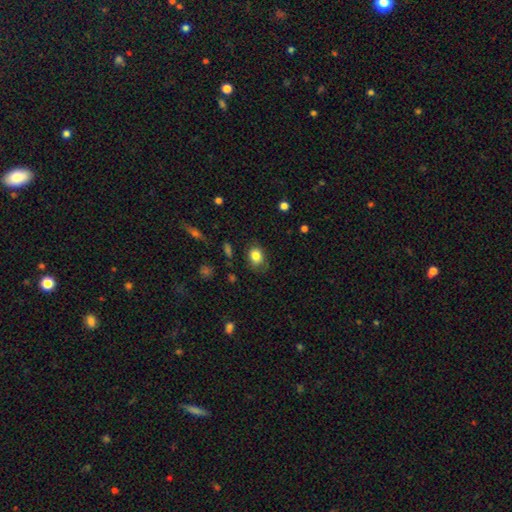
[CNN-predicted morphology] A smooth galaxy with no disk features (83%) that is in between round and cigar-shaped (58%).

Vote fractions:
- Smooth or featured? smooth: 83% / star or artifact: 9% / featured or disk: 8%
- How rounded? in between: 58% / round: 41% / cigar-shaped: 1%
- Merging? none: 73% / minor disturbance: 20% / major disturbance: 5% / merger: 2%